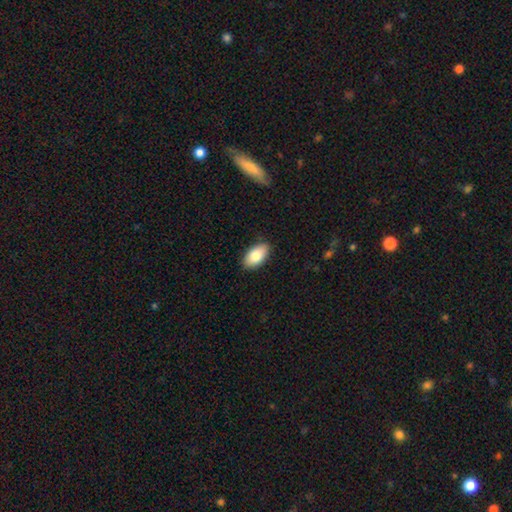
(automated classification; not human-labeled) Smooth or featured?
  - smooth: 82% *
  - featured or disk: 12%
  - star or artifact: 6%
How rounded?
  - in between: 94% *
  - round: 3%
  - cigar-shaped: 2%
Merging?
  - none: 87% *
  - minor disturbance: 10%
  - major disturbance: 2%
  - merger: 1%